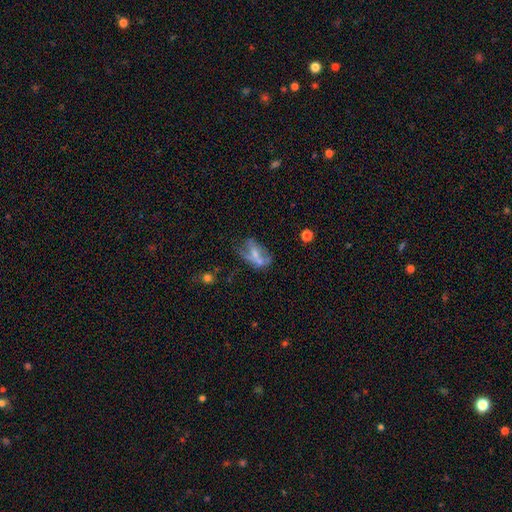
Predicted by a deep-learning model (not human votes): The model was most divided on "merging": none: 31%, major disturbance: 26%, merger: 22%, minor disturbance: 21%. Remaining: smooth or featured — featured or disk (47%).